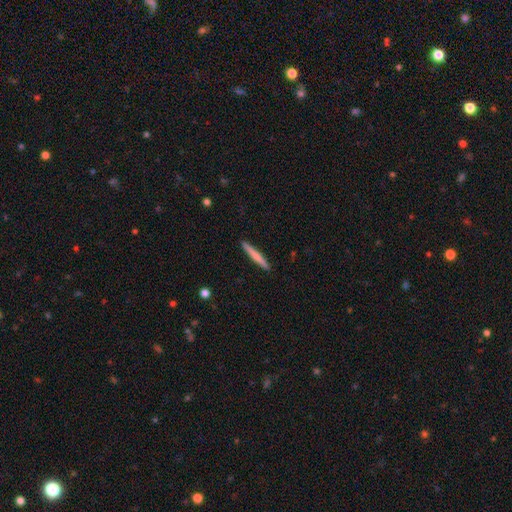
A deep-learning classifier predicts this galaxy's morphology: Smooth or featured? smooth (66%)
How rounded? cigar-shaped (96%)
Merging? none (92%)